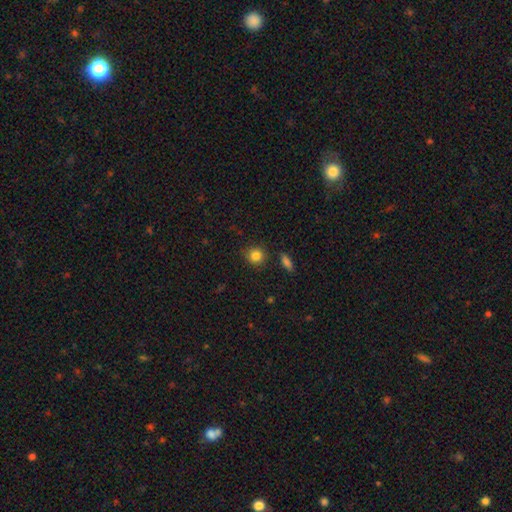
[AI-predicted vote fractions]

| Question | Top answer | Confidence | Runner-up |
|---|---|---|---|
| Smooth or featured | smooth | 84% | star or artifact (10%) |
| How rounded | round | 88% | in between (11%) |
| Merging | none | 86% | minor disturbance (8%) |